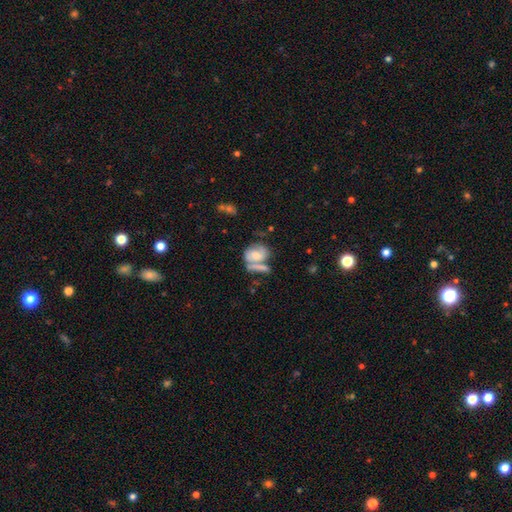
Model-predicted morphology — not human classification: Overall: smooth (54%; featured or disk 38%). How rounded: in between (58%; round 38%). Merging: merger (36%; none 34%).